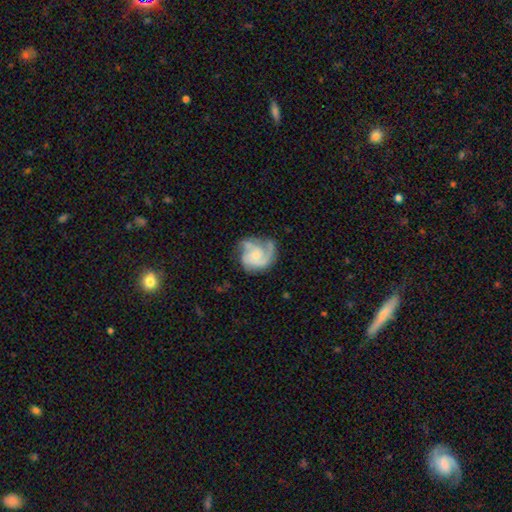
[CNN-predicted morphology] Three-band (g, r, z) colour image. It shows a featured or disk galaxy (84%) with no bar (74%), 3 (57%) medium (46%) spiral arms (97%) and a small central bulge (62%). Merging: none (63%).